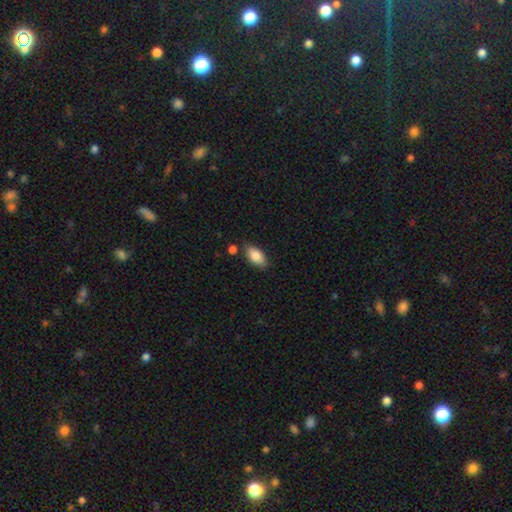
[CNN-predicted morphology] A smooth galaxy with no disk features (86%) that is in between round and cigar-shaped (92%). Merging: none (75%).